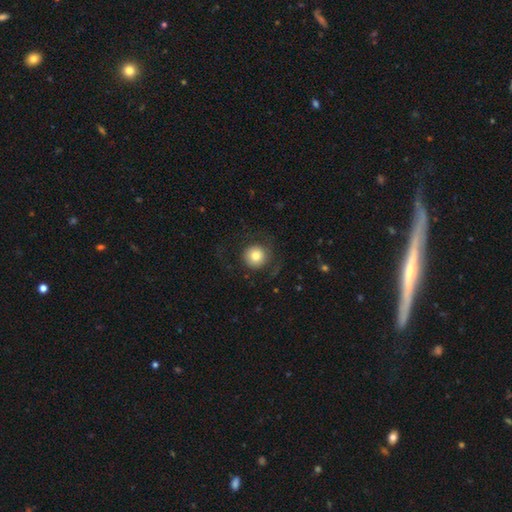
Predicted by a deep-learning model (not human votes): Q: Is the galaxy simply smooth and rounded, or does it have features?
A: smooth — 76%.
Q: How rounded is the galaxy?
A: round — 95%.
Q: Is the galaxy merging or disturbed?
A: none — 75%.